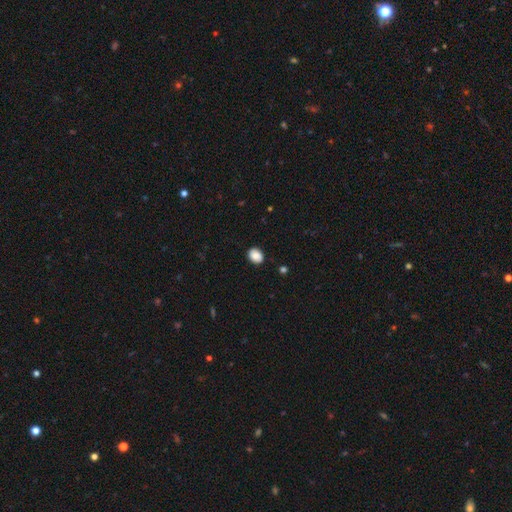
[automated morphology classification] smooth 85%, star or artifact 8%, featured or disk 6%. Down the decision tree: how rounded — in between (55%); merging — none (86%).